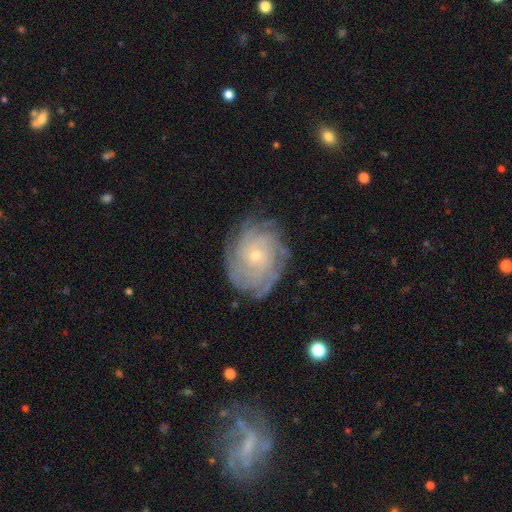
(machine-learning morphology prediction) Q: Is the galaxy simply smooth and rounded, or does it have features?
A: featured or disk — 82%.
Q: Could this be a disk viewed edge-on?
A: no — 97%.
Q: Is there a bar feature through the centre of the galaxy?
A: no — 82%.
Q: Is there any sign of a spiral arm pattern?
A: yes — 96%.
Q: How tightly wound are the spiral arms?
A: tight — 78%.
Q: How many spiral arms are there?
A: can't tell — 32%.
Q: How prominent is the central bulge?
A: small — 75%.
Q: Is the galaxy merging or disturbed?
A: none — 79%.